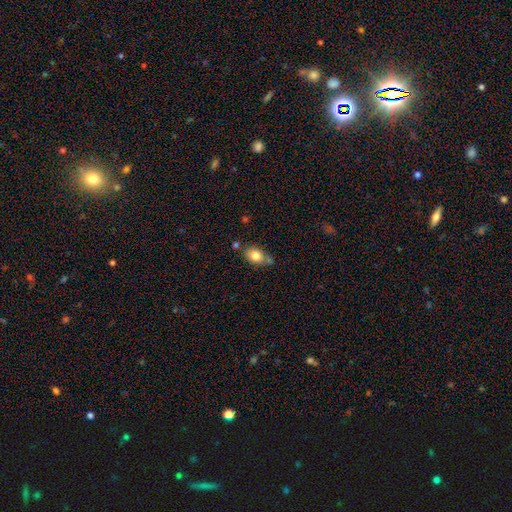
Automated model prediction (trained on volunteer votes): This appears to be a smooth galaxy with no disk features (80%) that is in between round and cigar-shaped (76%). Merging: none (59%).